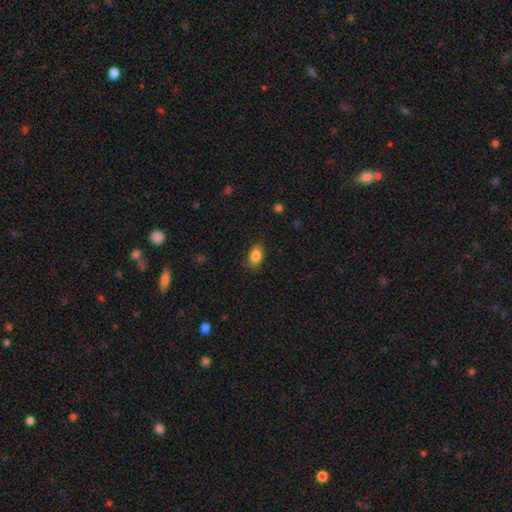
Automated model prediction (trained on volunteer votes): Smooth or featured: smooth — 85% (star or artifact — 9%)
How rounded: in between — 83% (round — 15%)
Merging: none — 77% (minor disturbance — 17%)